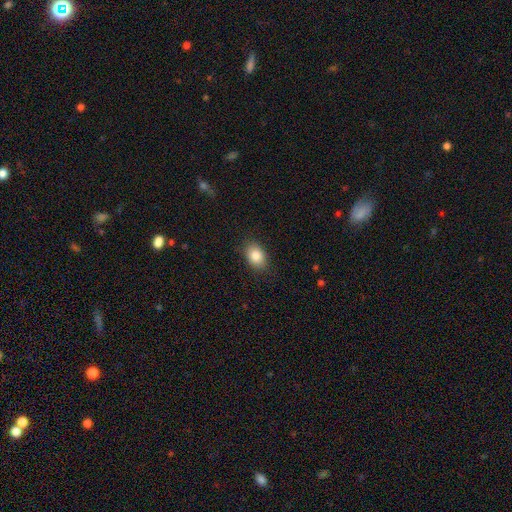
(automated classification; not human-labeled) A smooth galaxy with no disk features (85%) that is in between round and cigar-shaped (78%). Merging: none (86%).